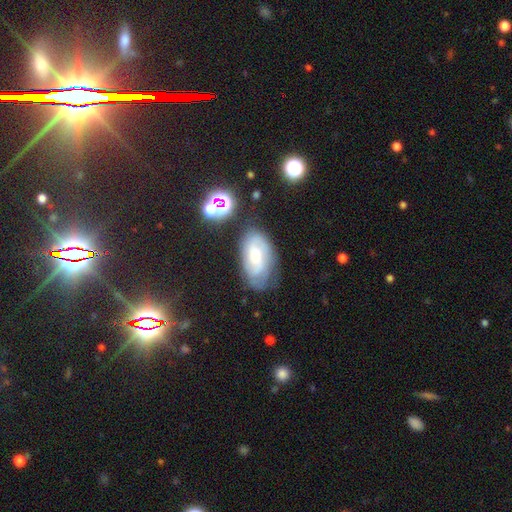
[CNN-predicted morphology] featured or disk 57%, smooth 32%, star or artifact 11%. Down the decision tree: edge-on disk — no (94%); bar — no (57%); spiral arms — yes (84%); bulge size — moderate (41%); merging — none (64%).